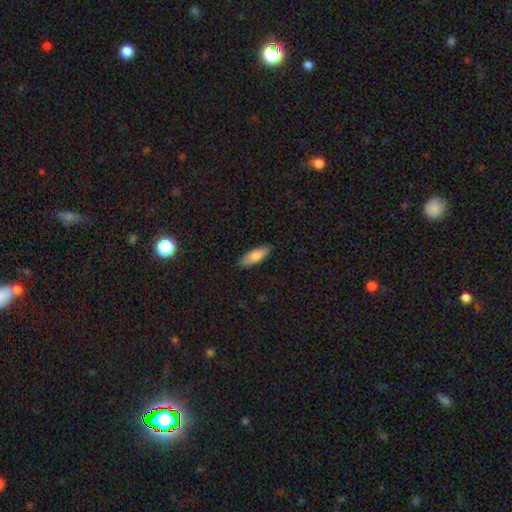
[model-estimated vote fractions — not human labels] Overall: smooth (80%). How rounded: in between (65%; cigar-shaped 33%). Merging: none (88%).